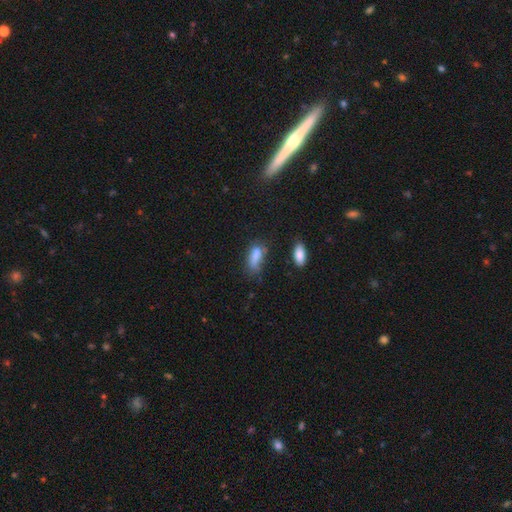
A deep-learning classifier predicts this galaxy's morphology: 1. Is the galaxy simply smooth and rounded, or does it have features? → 78% smooth, 11% featured or disk, 11% star or artifact.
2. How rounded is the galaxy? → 76% in between, 20% cigar-shaped, 4% round.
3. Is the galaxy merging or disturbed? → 39% none, 31% minor disturbance, 19% major disturbance, 11% merger.